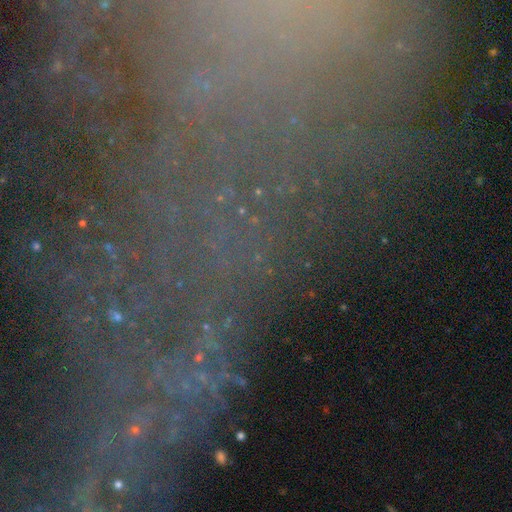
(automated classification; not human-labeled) The model was most divided on "smooth or featured": star or artifact: 74%, featured or disk: 14%, smooth: 12%.